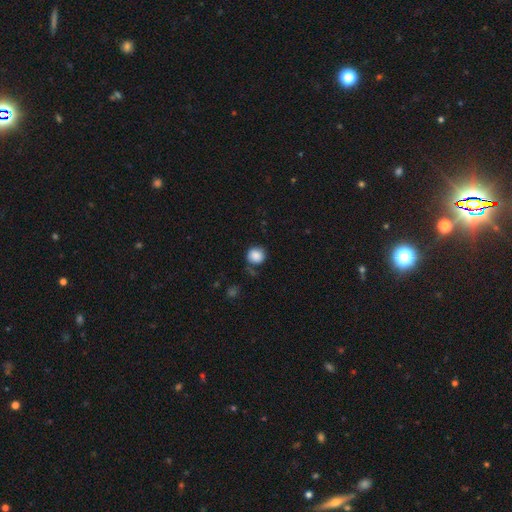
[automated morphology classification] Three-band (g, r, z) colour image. It shows a smooth galaxy with no disk features (87%) that is round (89%). Merging: none (74%).